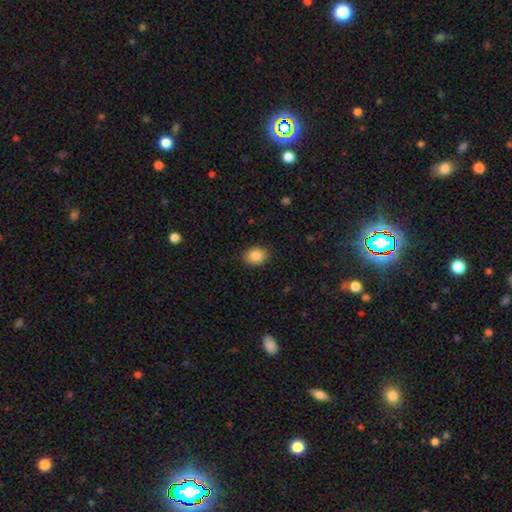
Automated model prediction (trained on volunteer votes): smooth_or_featured: smooth (p=0.86) [alt: star or artifact p=0.08]
how_rounded: in between (p=0.57) [alt: round p=0.42]
merging: none (p=0.88) [alt: minor disturbance p=0.09]